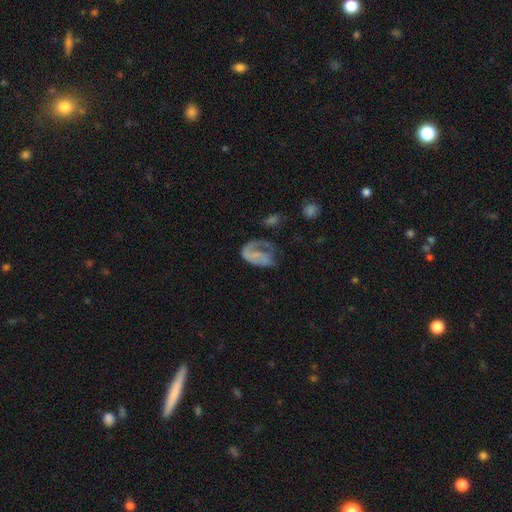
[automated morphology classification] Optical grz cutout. It shows a featured or disk galaxy (61%) with no bar (67%), spiral arms (72%) and no central bulge (65%). Merging: major disturbance (47%).